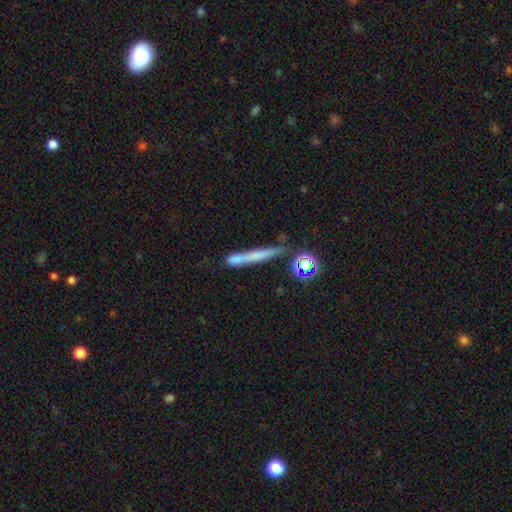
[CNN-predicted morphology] Smooth or featured: smooth — 53% (featured or disk — 32%)
How rounded: cigar-shaped — 91% (in between — 5%)
Merging: none — 65% (minor disturbance — 16%)